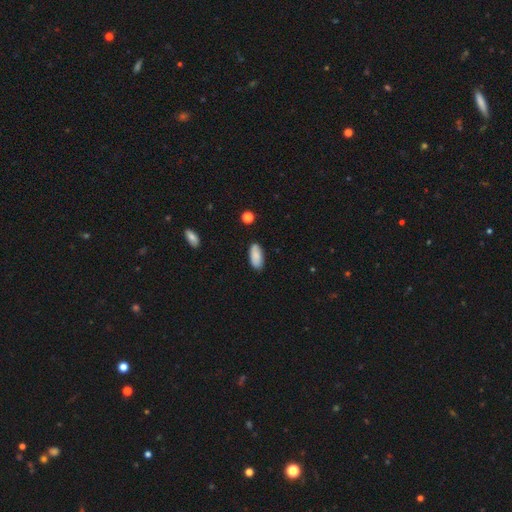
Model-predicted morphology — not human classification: smooth 88%, star or artifact 6%, featured or disk 6%. Down the decision tree: how rounded — in between (89%); merging — none (86%).